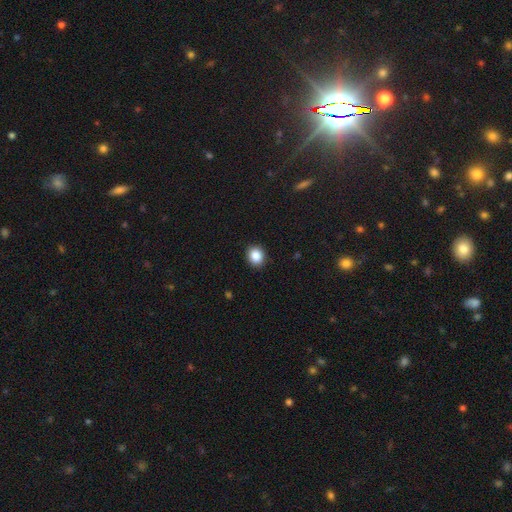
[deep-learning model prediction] Overall: smooth (87%). How rounded: round (70%). Merging: none (90%).